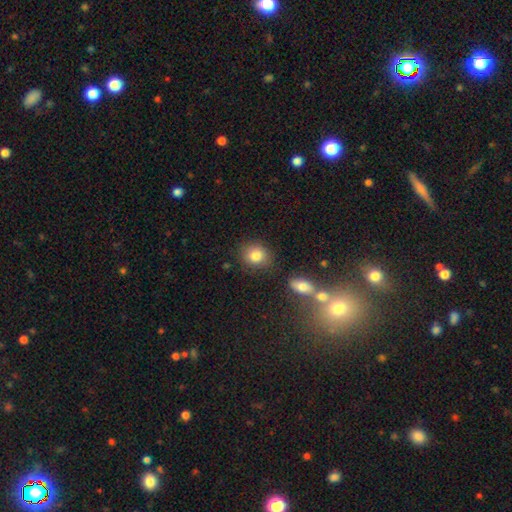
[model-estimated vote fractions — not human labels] A smooth galaxy with no disk features (83%) that is round (75%). Merging: none (79%).